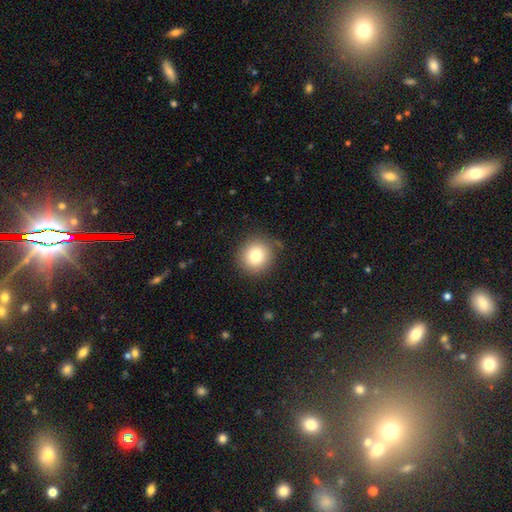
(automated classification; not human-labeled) Q: Smooth or featured?
A: smooth (81%); runner-up: star or artifact (10%)
Q: How rounded?
A: round (92%); runner-up: in between (7%)
Q: Merging?
A: none (83%); runner-up: minor disturbance (11%)